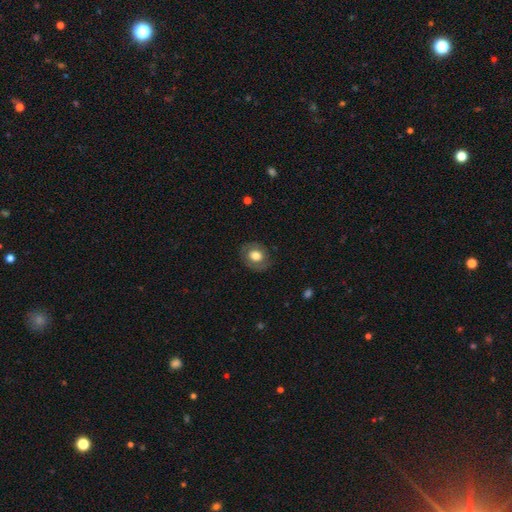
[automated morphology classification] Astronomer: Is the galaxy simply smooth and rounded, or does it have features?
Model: smooth — 64%.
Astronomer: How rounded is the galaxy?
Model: round — 58% (runner-up: in between, 41%).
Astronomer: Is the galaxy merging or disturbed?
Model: none — 81%.